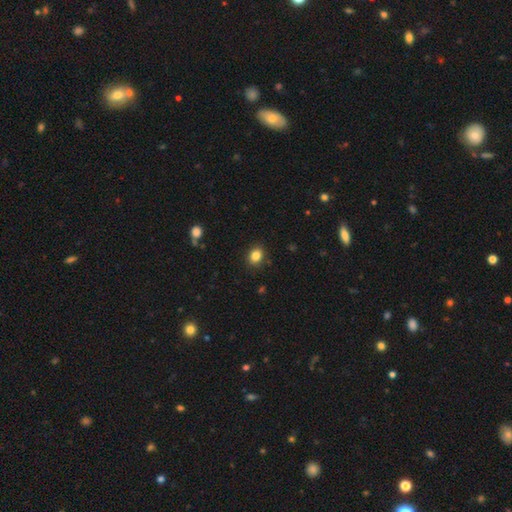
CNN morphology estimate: A smooth galaxy with no disk features (85%) that is in between round and cigar-shaped (53%).

Vote fractions:
- Smooth or featured? smooth: 85% / star or artifact: 10% / featured or disk: 5%
- How rounded? in between: 53% / round: 46% / cigar-shaped: 1%
- Merging? none: 87% / minor disturbance: 9% / major disturbance: 2% / merger: 1%